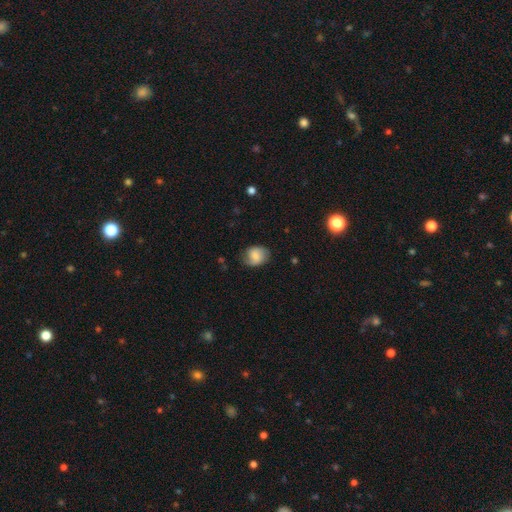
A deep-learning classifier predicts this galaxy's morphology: Smooth or featured? Predicted: smooth (p=0.62). How rounded? Predicted: in between (p=0.50). Merging? Predicted: none (p=0.69).